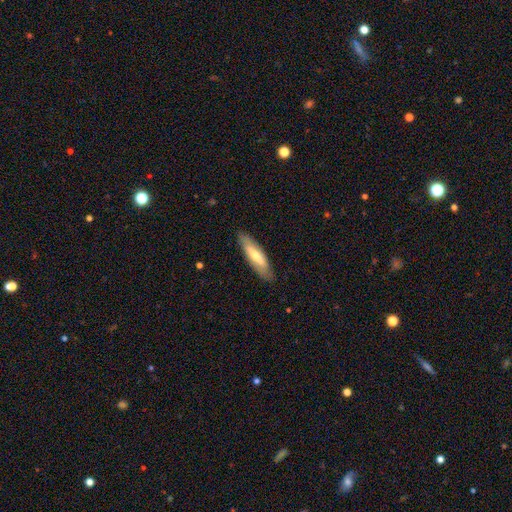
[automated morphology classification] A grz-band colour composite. It shows a smooth galaxy with no disk features (52%) that is cigar-shaped (63%). Merging: none (85%).